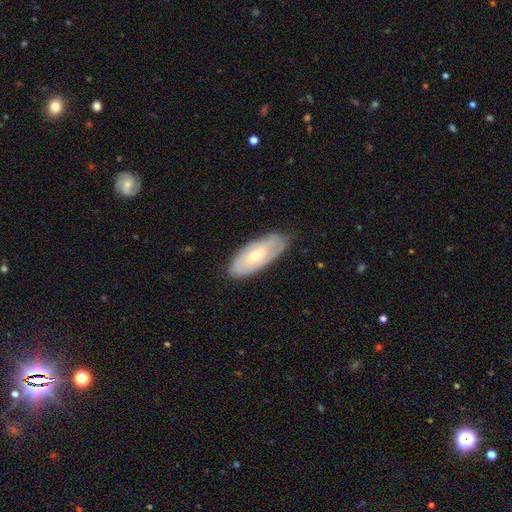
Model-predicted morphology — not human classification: This is possibly a featured or disk galaxy (57%). It is clearly not viewed edge-on (86%). Merging: likely none (77%).